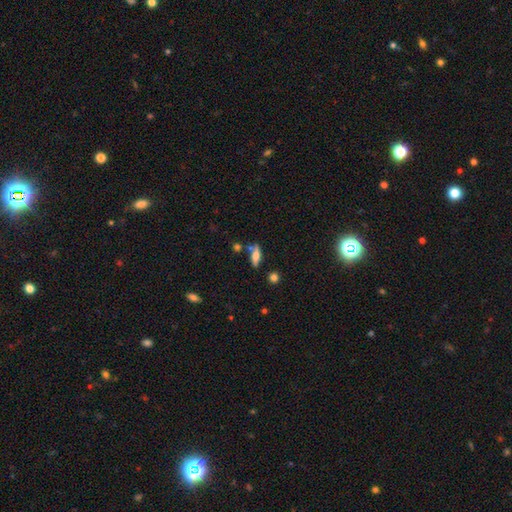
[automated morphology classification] A smooth galaxy with no disk features (56%) that is cigar-shaped (49%). Merging: none (69%).